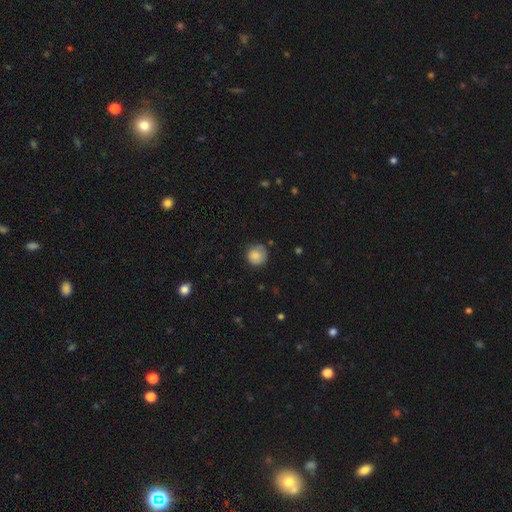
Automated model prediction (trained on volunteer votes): Morphology: type=smooth (80%); roundness=round (91%); merging=none (72%).